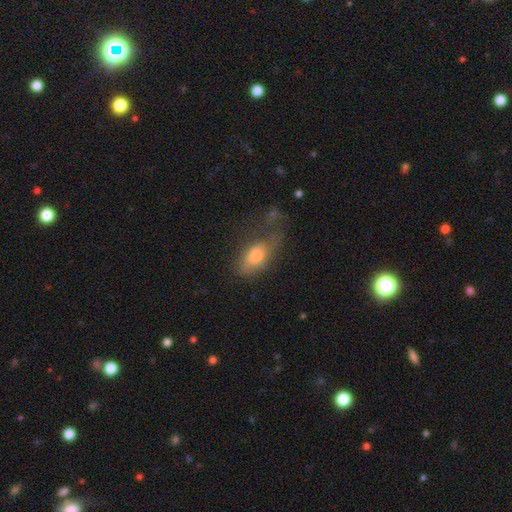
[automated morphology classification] smooth-or-featured: smooth: 65% | featured or disk: 25% | star or artifact: 10%
  how-rounded: in between: 83% | cigar-shaped: 12% | round: 5%
  merging: major disturbance: 34% | none: 33% | minor disturbance: 27% | merger: 6%